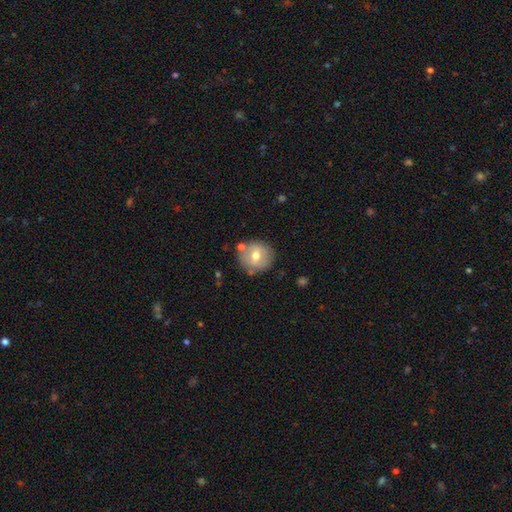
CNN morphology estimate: This appears to be a smooth galaxy with no disk features (61%) that is round (87%). Merging: none (79%).